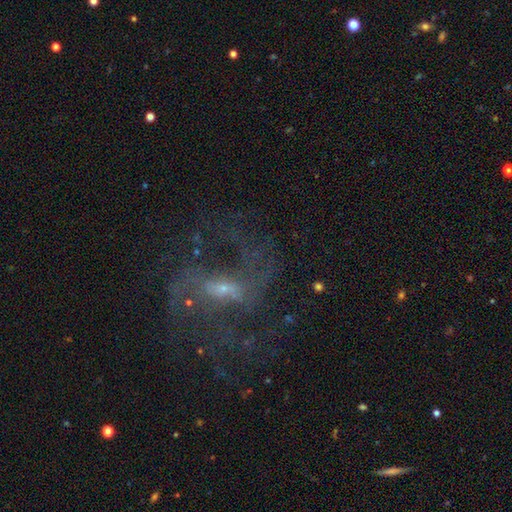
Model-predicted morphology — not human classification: Smooth or featured: featured or disk — 79% (star or artifact — 13%)
Edge-on disk: no — 95% (yes — 5%)
Bar: weak — 52% (strong — 28%)
Spiral arms: yes — 88% (no — 12%)
Spiral winding: loose — 46% (medium — 43%)
Spiral arm count: 2 — 73% (can't tell — 13%)
Bulge size: small — 58% (moderate — 29%)
Merging: none — 63% (major disturbance — 20%)